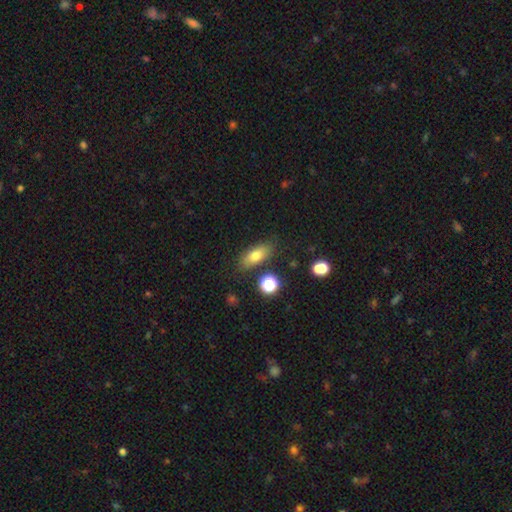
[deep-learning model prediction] Smooth or featured: smooth — 76% (featured or disk — 14%)
How rounded: in between — 73% (cigar-shaped — 20%)
Merging: none — 81% (minor disturbance — 12%)